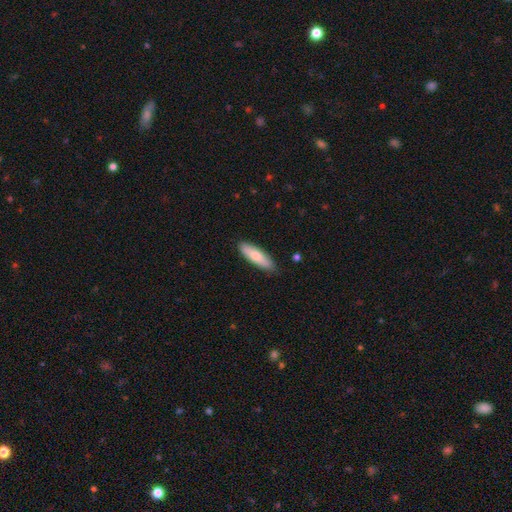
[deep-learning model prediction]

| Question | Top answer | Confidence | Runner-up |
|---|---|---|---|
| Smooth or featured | smooth | 74% | featured or disk (21%) |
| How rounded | cigar-shaped | 56% | in between (42%) |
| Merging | none | 87% | minor disturbance (10%) |